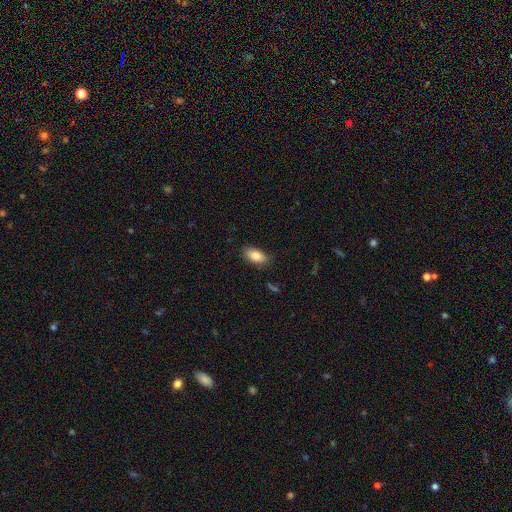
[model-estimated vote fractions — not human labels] smooth 85%, star or artifact 8%, featured or disk 8%. Down the decision tree: how rounded — in between (91%); merging — none (80%).